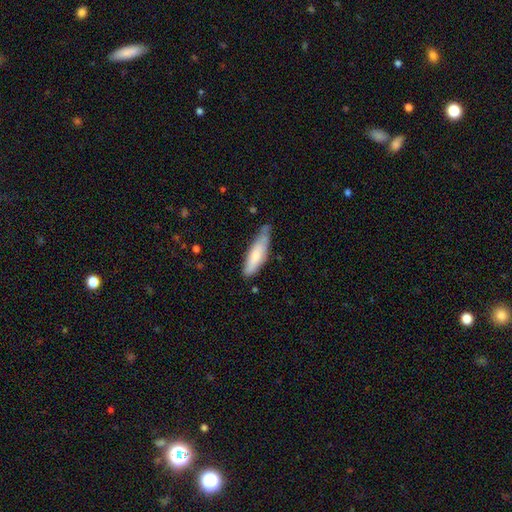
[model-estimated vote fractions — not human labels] Overall: smooth (73%). How rounded: cigar-shaped (59%; in between 39%). Merging: none (52%; minor disturbance 37%).